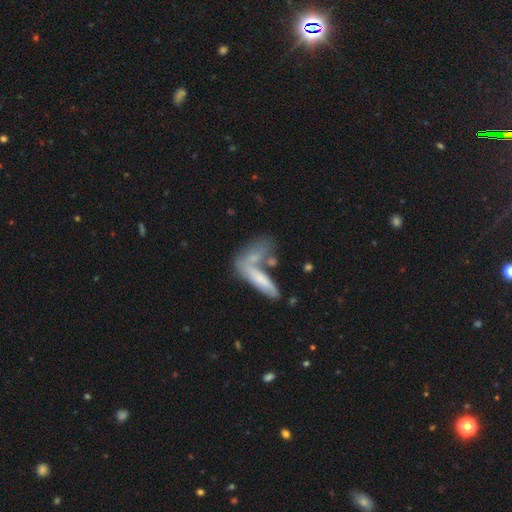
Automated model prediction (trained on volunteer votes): Q: Smooth or featured?
A: smooth (63%); runner-up: featured or disk (29%)
Q: How rounded?
A: in between (47%); runner-up: cigar-shaped (46%)
Q: Merging?
A: merger (49%); runner-up: none (29%)